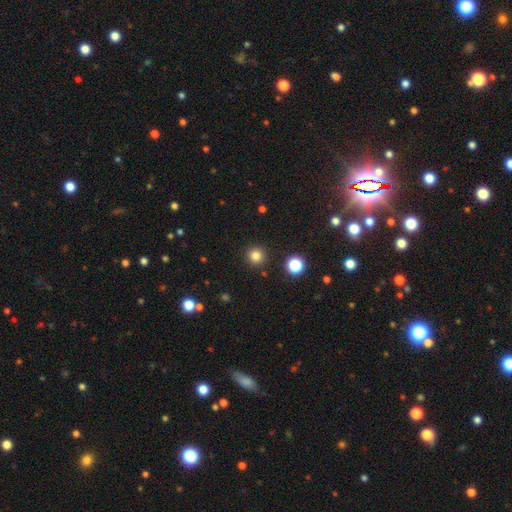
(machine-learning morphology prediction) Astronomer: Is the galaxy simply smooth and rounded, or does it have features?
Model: smooth — 81%.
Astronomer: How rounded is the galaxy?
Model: round — 95%.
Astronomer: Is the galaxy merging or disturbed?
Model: none — 91%.